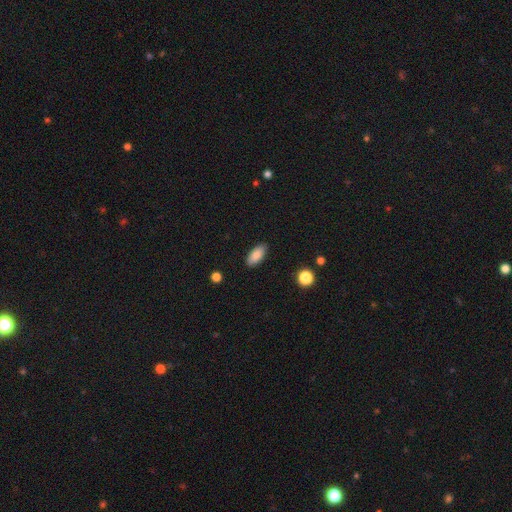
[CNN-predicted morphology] Smooth or featured?
  - smooth: 85% *
  - featured or disk: 8%
  - star or artifact: 7%
How rounded?
  - in between: 86% *
  - cigar-shaped: 11%
  - round: 2%
Merging?
  - none: 88% *
  - minor disturbance: 9%
  - major disturbance: 2%
  - merger: 1%